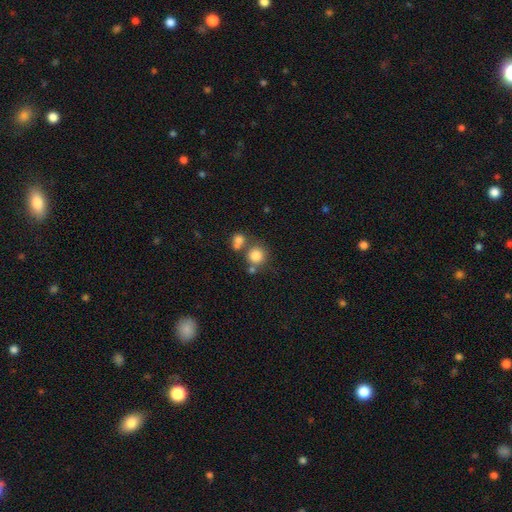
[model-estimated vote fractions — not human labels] smooth 81%, star or artifact 11%, featured or disk 8%. Down the decision tree: how rounded — round (90%); merging — none (60%).